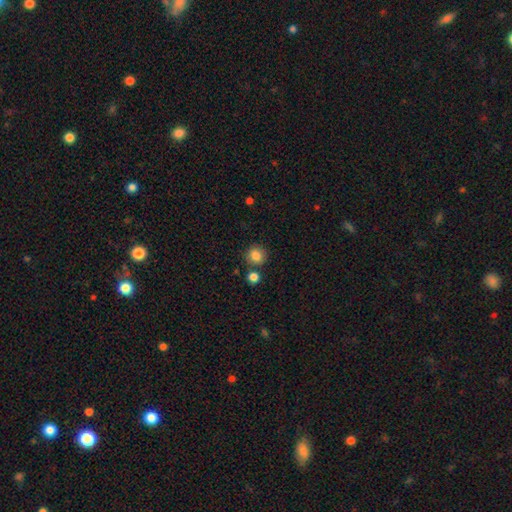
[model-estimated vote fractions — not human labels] Smooth or featured? Predicted: smooth (p=0.85). How rounded? Predicted: round (p=0.86). Merging? Predicted: none (p=0.78).